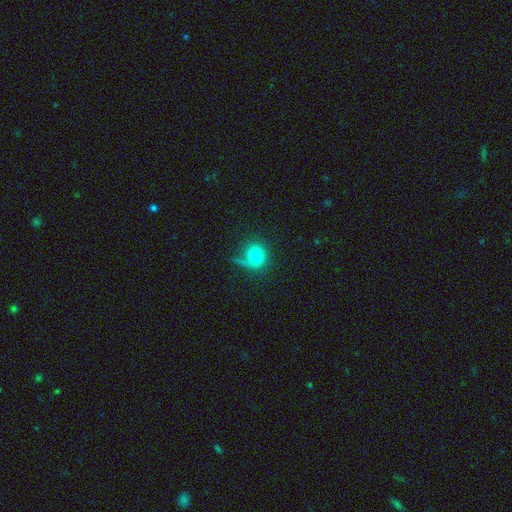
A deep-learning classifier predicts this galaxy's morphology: smooth-or-featured: smooth: 73% | featured or disk: 17% | star or artifact: 10%
  how-rounded: round: 84% | in between: 15% | cigar-shaped: 1%
  merging: none: 52% | major disturbance: 21% | minor disturbance: 19% | merger: 7%